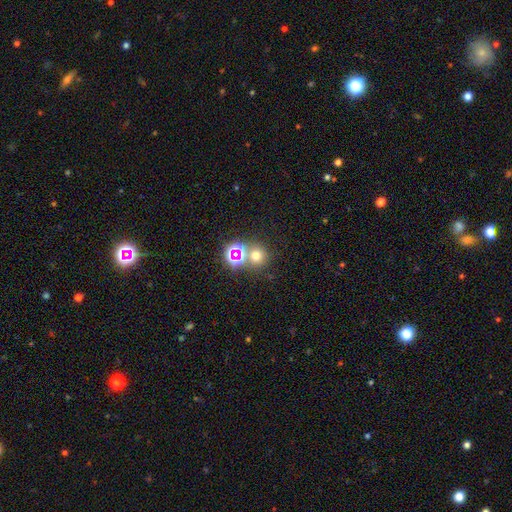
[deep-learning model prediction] Q: Smooth or featured?
A: smooth (62%); runner-up: star or artifact (29%)
Q: How rounded?
A: round (88%); runner-up: in between (11%)
Q: Merging?
A: none (64%); runner-up: merger (26%)